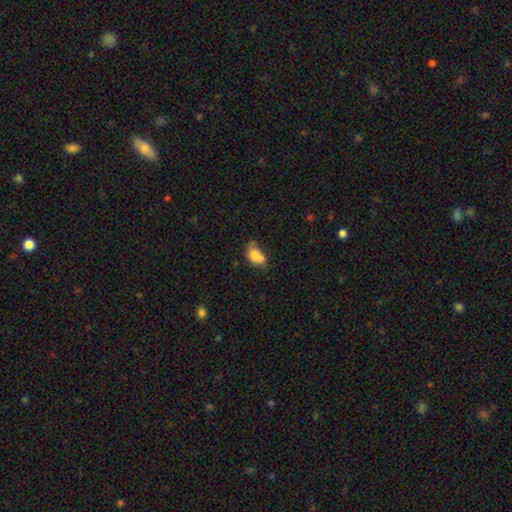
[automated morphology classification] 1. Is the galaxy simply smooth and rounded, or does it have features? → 80% smooth, 11% featured or disk, 9% star or artifact.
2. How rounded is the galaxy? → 85% in between, 13% round, 2% cigar-shaped.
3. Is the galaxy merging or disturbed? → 41% none, 33% minor disturbance, 15% merger, 11% major disturbance.